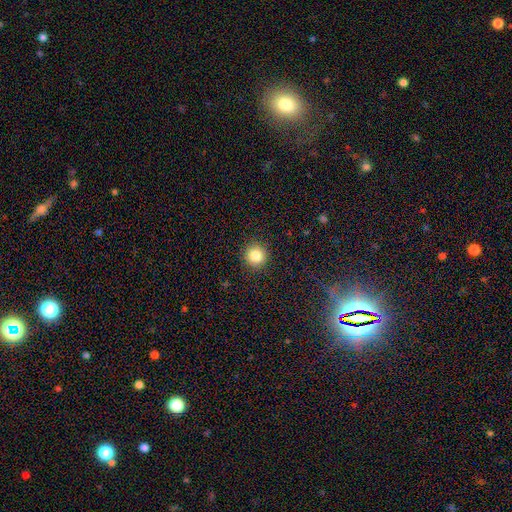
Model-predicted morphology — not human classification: smooth 84%, star or artifact 11%, featured or disk 5%. Down the decision tree: how rounded — round (95%); merging — none (92%).